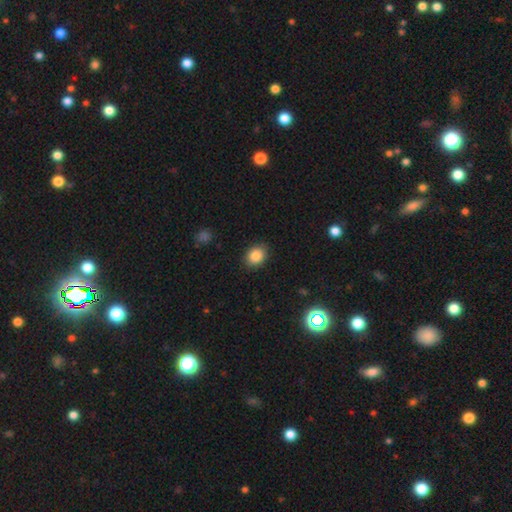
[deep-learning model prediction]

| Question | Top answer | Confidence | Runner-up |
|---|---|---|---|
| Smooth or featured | smooth | 86% | star or artifact (9%) |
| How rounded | in between | 54% | round (45%) |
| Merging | none | 86% | minor disturbance (10%) |